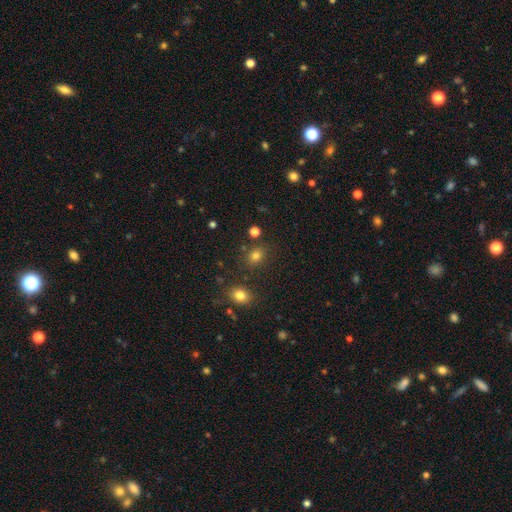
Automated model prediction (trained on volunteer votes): A smooth galaxy with no disk features (78%) that is in between round and cigar-shaped (52%).

Vote fractions:
- Smooth or featured? smooth: 78% / star or artifact: 15% / featured or disk: 7%
- How rounded? in between: 52% / round: 47% / cigar-shaped: 1%
- Merging? none: 79% / minor disturbance: 11% / merger: 6% / major disturbance: 4%